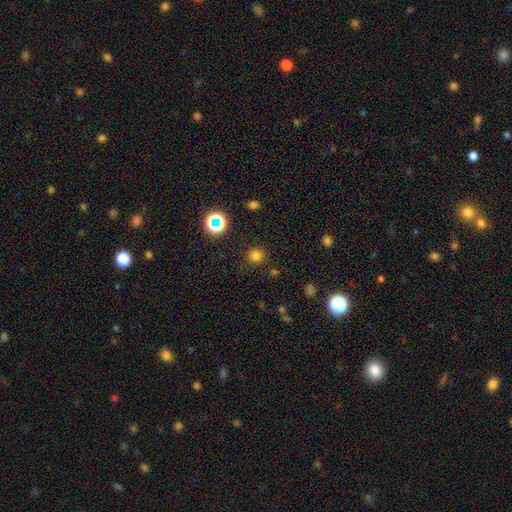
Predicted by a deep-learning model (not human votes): smooth 74%, star or artifact 21%, featured or disk 5%. Down the decision tree: how rounded — round (93%); merging — none (87%).